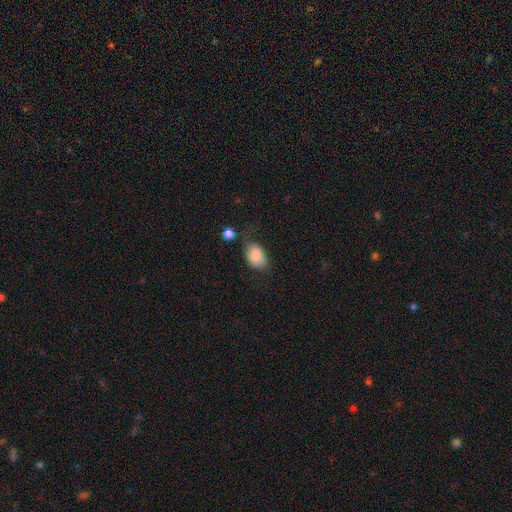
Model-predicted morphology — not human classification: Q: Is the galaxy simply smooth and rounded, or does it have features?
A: smooth — 85%.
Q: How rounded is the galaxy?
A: in between — 84%.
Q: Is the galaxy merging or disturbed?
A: none — 48%.